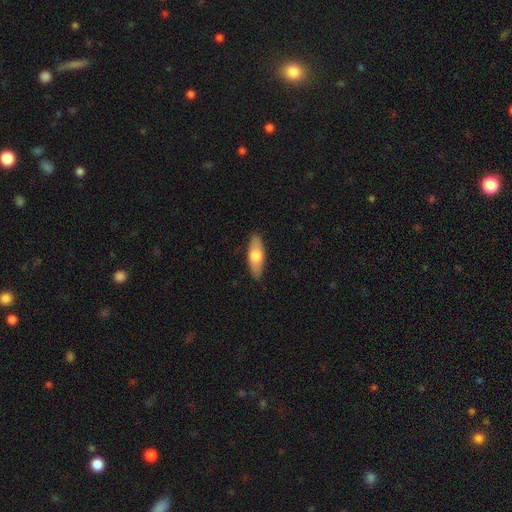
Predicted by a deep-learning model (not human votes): The model was most divided on "how rounded": in between: 65%, cigar-shaped: 32%, round: 3%. More confident: merging — none (87%); smooth or featured — smooth (64%).